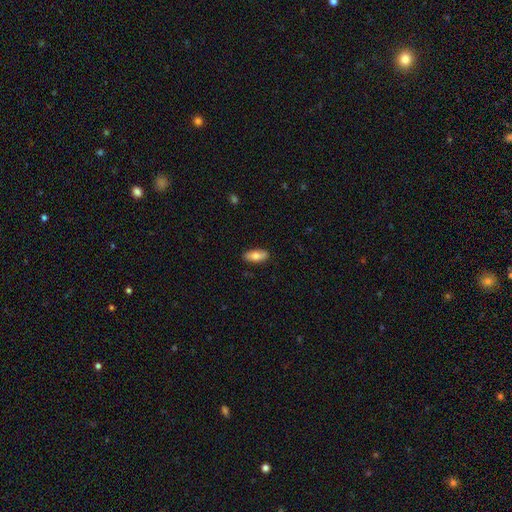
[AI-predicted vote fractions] This is likely a smooth galaxy (78%). How rounded: clearly in between (82%). Merging: clearly none (88%).